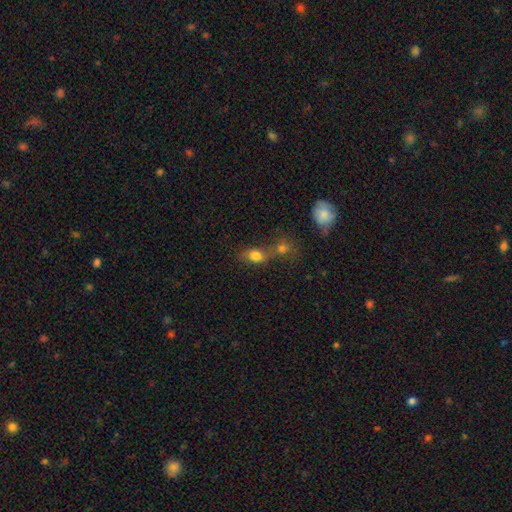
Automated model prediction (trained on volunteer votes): A smooth galaxy with no disk features (77%) that is in between round and cigar-shaped (64%).

Vote fractions:
- Smooth or featured? smooth: 77% / star or artifact: 12% / featured or disk: 11%
- How rounded? in between: 64% / round: 33% / cigar-shaped: 3%
- Merging? merger: 48% / none: 36% / minor disturbance: 10% / major disturbance: 6%